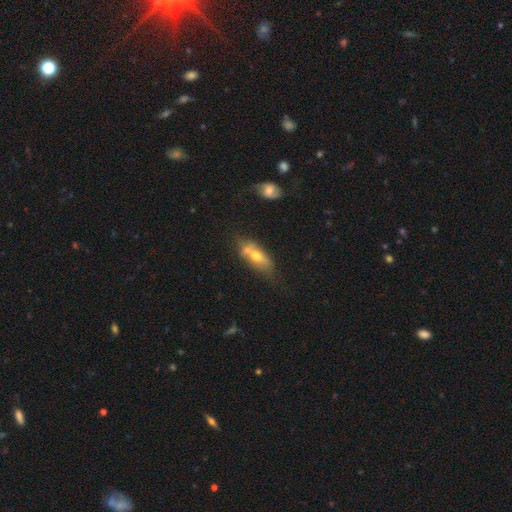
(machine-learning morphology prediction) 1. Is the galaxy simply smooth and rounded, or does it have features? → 53% smooth, 38% featured or disk, 9% star or artifact.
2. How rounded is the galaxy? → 72% in between, 22% cigar-shaped, 6% round.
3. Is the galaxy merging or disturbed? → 41% none, 30% merger, 20% minor disturbance, 9% major disturbance.